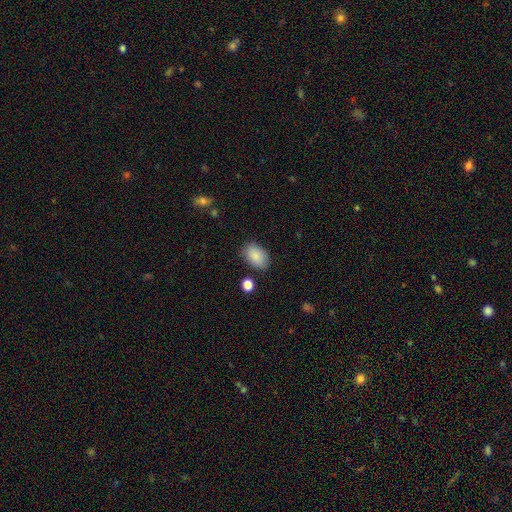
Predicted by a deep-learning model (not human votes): smooth_or_featured: smooth (p=0.87) [alt: star or artifact p=0.07]
how_rounded: in between (p=0.90) [alt: round p=0.09]
merging: none (p=0.82) [alt: minor disturbance p=0.12]